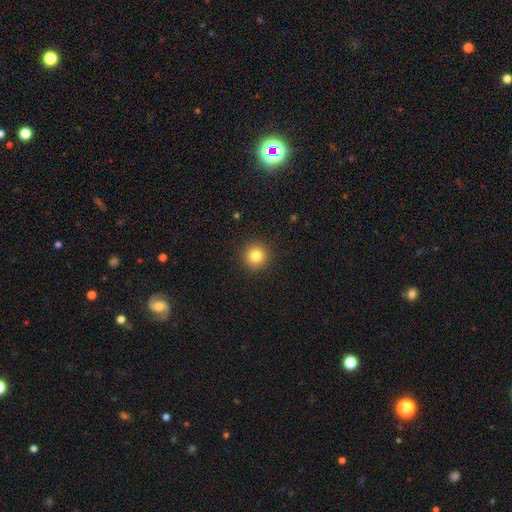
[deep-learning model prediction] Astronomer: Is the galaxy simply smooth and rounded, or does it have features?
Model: smooth — 82%.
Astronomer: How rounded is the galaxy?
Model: round — 94%.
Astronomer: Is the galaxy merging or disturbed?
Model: none — 92%.